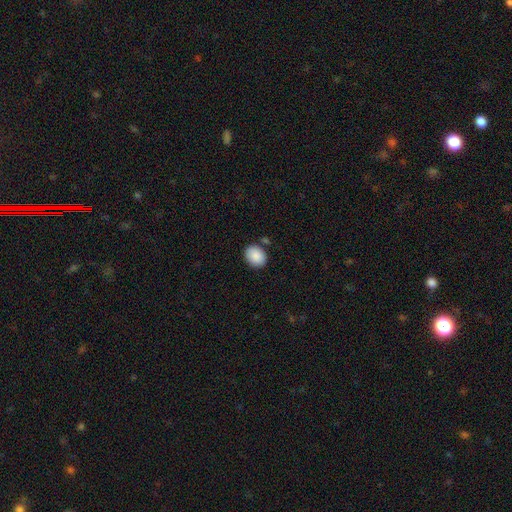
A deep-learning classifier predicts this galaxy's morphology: A smooth galaxy with no disk features (89%) that is in between round and cigar-shaped (55%).

Vote fractions:
- Smooth or featured? smooth: 89% / star or artifact: 7% / featured or disk: 4%
- How rounded? in between: 55% / round: 44% / cigar-shaped: 1%
- Merging? none: 81% / minor disturbance: 11% / merger: 5% / major disturbance: 3%